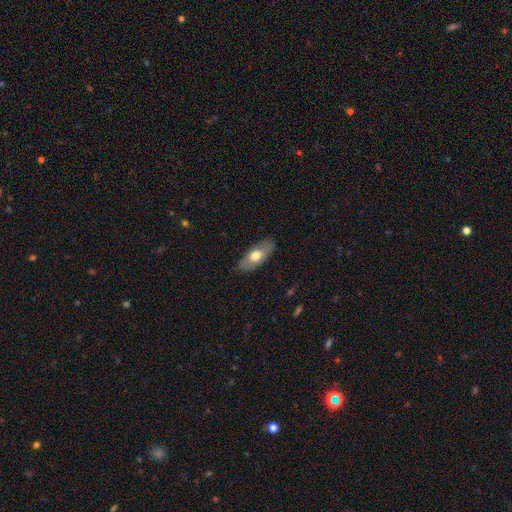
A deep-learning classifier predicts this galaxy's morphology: This appears to be a smooth galaxy with no disk features (63%) that is in between round and cigar-shaped (87%). Merging: none (83%).